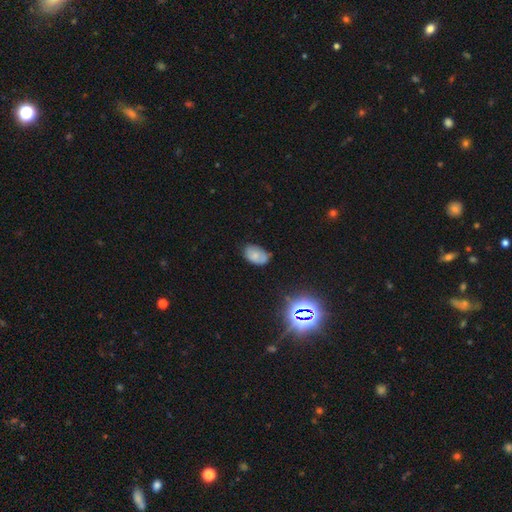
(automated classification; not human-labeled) Morphology: type=smooth (67%); roundness=in between (88%); merging=none (55%).